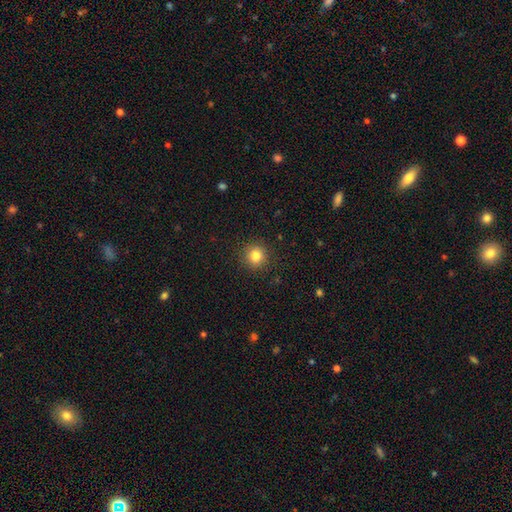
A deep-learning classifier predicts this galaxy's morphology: Q: Smooth or featured?
A: smooth (82%); runner-up: star or artifact (12%)
Q: How rounded?
A: round (93%); runner-up: in between (6%)
Q: Merging?
A: none (91%); runner-up: minor disturbance (6%)